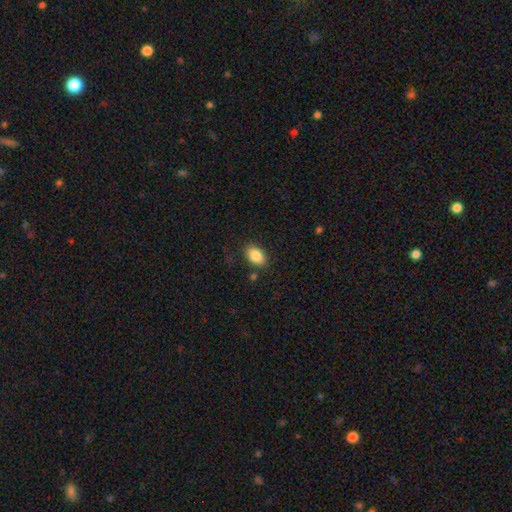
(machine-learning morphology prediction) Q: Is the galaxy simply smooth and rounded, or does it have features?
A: smooth — 86%.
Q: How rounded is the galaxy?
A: in between — 86%.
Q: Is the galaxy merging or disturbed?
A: none — 83%.